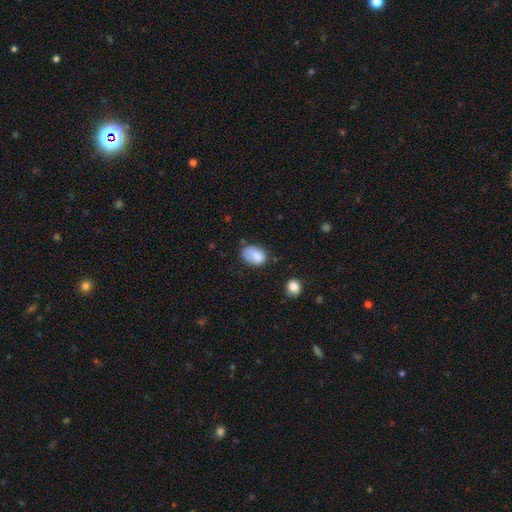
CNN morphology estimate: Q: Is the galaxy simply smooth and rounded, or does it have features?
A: smooth — 82%.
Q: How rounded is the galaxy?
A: in between — 82%.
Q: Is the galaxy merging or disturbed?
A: none — 50%.